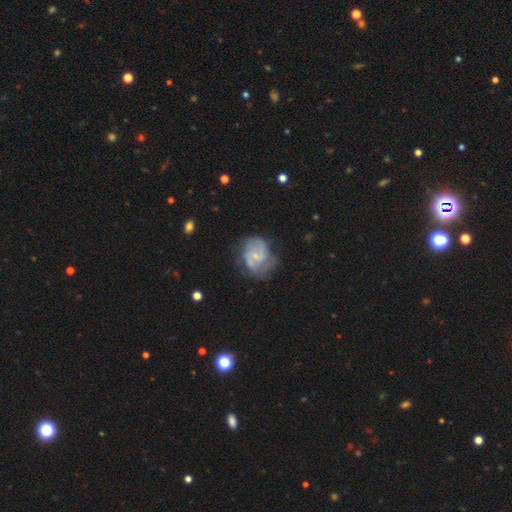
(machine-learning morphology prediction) smooth_or_featured: featured or disk (p=0.75) [alt: smooth p=0.19]
disk_edge_on: no (p=0.98) [alt: yes p=0.02]
bar: weak (p=0.46) [tied with: no p=0.46]
has_spiral_arms: yes (p=0.88) [alt: no p=0.12]
spiral_winding: medium (p=0.46) [alt: tight p=0.35]
spiral_arm_count: 2 (p=0.51) [alt: can't tell p=0.25]
bulge_size: small (p=0.69) [alt: moderate p=0.19]
merging: none (p=0.52) [alt: minor disturbance p=0.26]